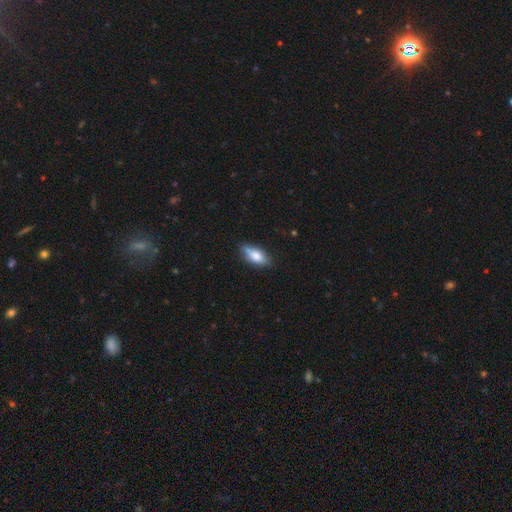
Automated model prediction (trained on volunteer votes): Smooth or featured?
  - smooth: 70% *
  - featured or disk: 23%
  - star or artifact: 7%
How rounded?
  - in between: 78% *
  - cigar-shaped: 19%
  - round: 3%
Merging?
  - none: 72% *
  - minor disturbance: 22%
  - major disturbance: 4%
  - merger: 2%